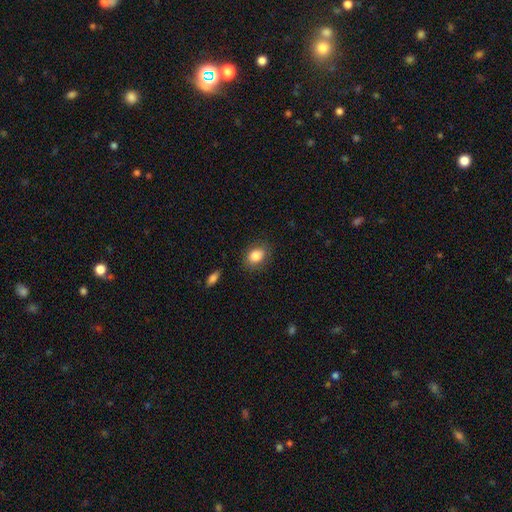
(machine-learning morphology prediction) Smooth or featured? Predicted: smooth (p=0.85). How rounded? Predicted: in between (p=0.65). Merging? Predicted: none (p=0.84).